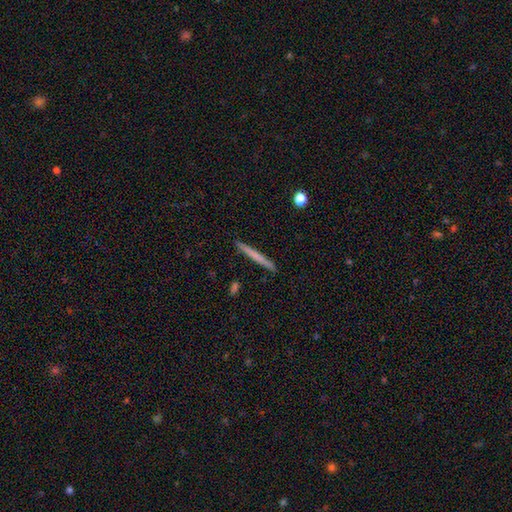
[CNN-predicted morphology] Q: Smooth or featured?
A: smooth (63%); runner-up: featured or disk (32%)
Q: How rounded?
A: cigar-shaped (97%); runner-up: in between (2%)
Q: Merging?
A: none (92%); runner-up: minor disturbance (6%)